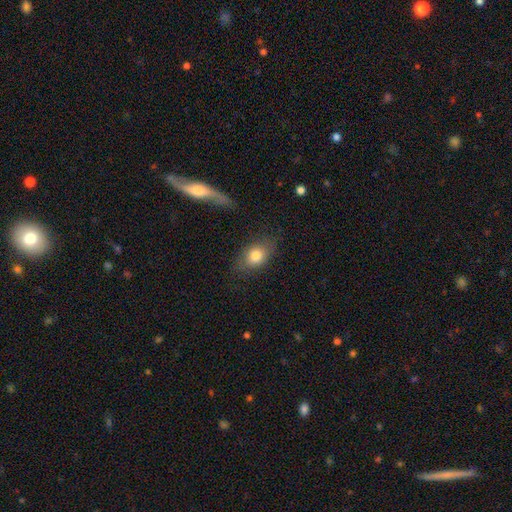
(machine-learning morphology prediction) Smooth or featured: smooth — 78% (featured or disk — 13%)
How rounded: in between — 74% (round — 23%)
Merging: none — 78% (minor disturbance — 15%)